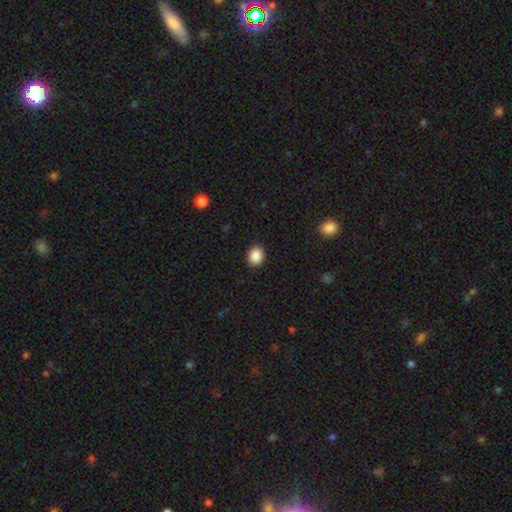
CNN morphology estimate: This appears to be a smooth galaxy with no disk features (89%) that is round (58%). Merging: none (90%).